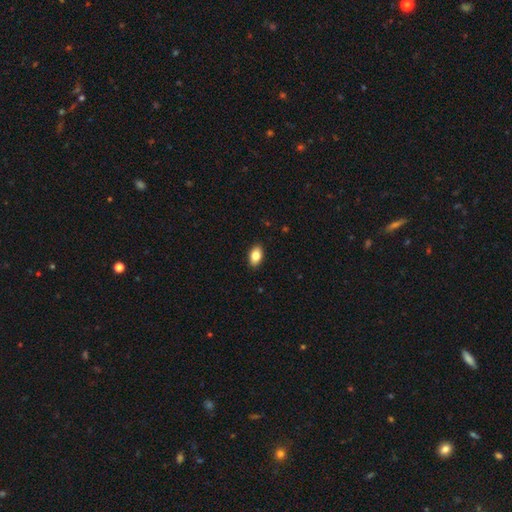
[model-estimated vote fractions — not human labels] Morphology: type=smooth (83%); roundness=in between (91%); merging=none (90%).